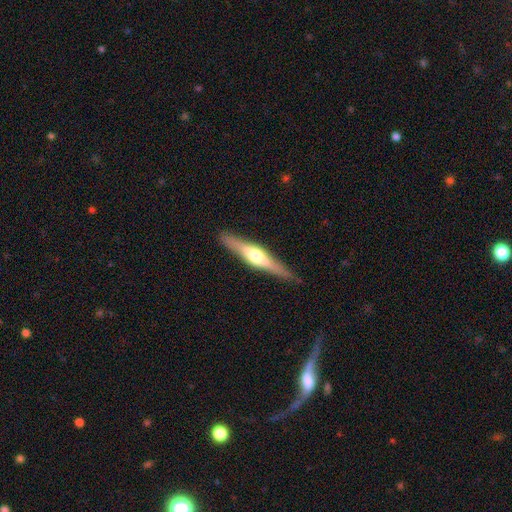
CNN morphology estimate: smooth_or_featured: featured or disk (p=0.69) [alt: smooth p=0.26]
disk_edge_on: yes (p=0.97) [alt: no p=0.03]
edge_on_bulge: rounded (p=0.91) [alt: boxy p=0.06]
merging: none (p=0.87) [alt: minor disturbance p=0.10]